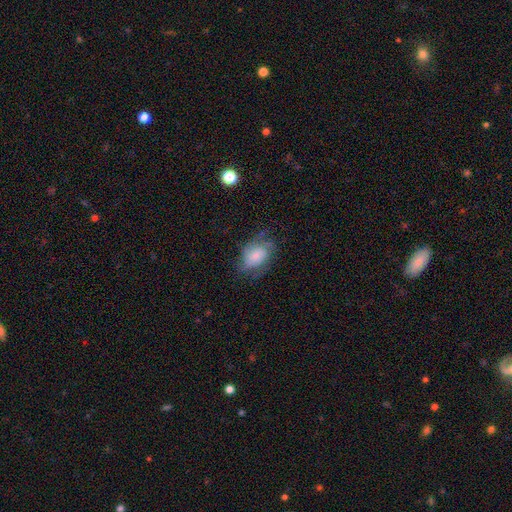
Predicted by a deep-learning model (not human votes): This appears to be a smooth galaxy with no disk features (49%). Merging: none (51%).